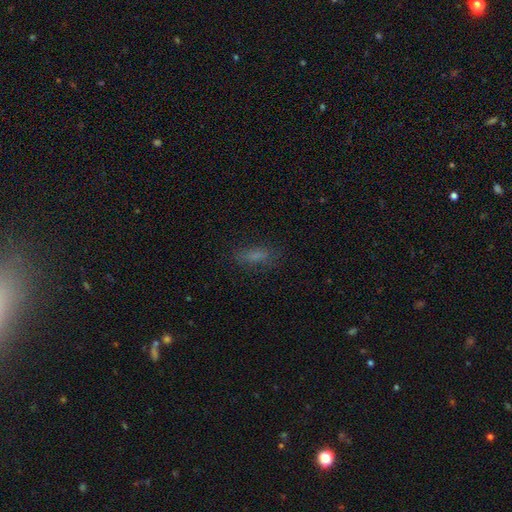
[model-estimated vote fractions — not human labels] Smooth or featured? Predicted: smooth (p=0.69). How rounded? Predicted: in between (p=0.60). Merging? Predicted: none (p=0.75).